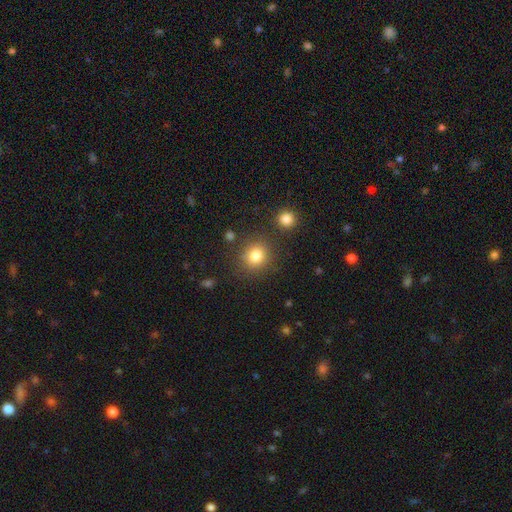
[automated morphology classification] This is clearly a smooth galaxy (81%). How rounded: clearly round (83%). Merging: clearly none (83%).